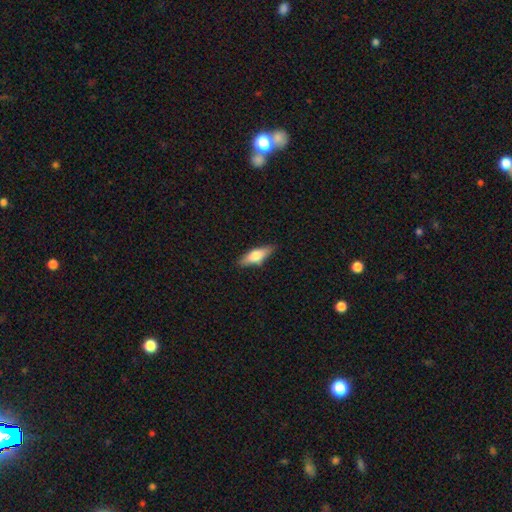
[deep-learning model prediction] smooth 60%, featured or disk 33%, star or artifact 6%. Down the decision tree: how rounded — in between (53%); merging — none (85%).